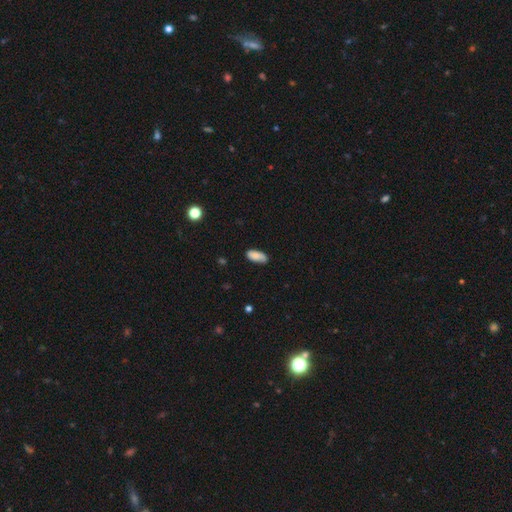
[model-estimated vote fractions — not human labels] smooth 85%, featured or disk 7%, star or artifact 7%. Down the decision tree: how rounded — in between (88%); merging — none (73%).